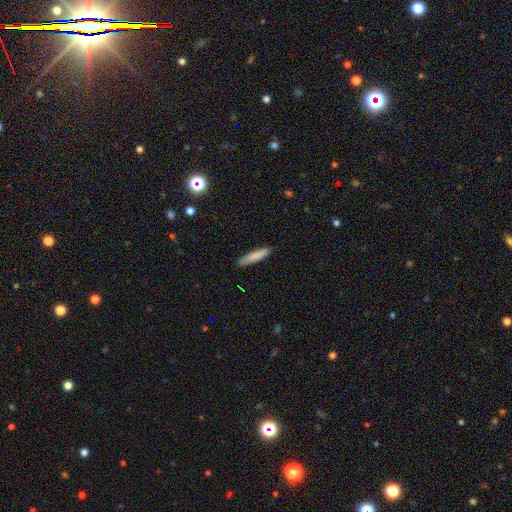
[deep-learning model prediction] Smooth or featured? Predicted: smooth (p=0.83). How rounded? Predicted: cigar-shaped (p=0.87). Merging? Predicted: none (p=0.86).